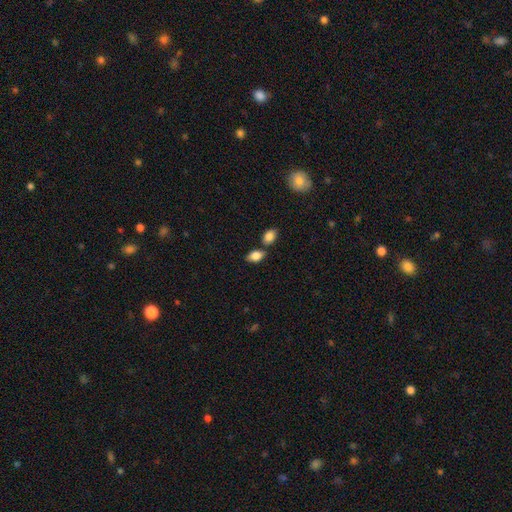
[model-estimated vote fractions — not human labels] This appears to be a smooth galaxy with no disk features (83%) that is in between round and cigar-shaped (88%). Merging: none (62%).